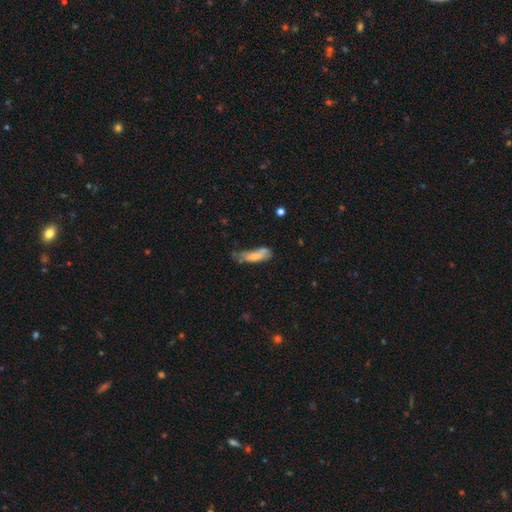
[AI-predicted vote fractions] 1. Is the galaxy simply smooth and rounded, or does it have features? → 68% smooth, 24% featured or disk, 8% star or artifact.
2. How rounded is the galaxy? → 55% in between, 43% cigar-shaped, 2% round.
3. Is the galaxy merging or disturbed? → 34% minor disturbance, 30% none, 25% major disturbance, 11% merger.